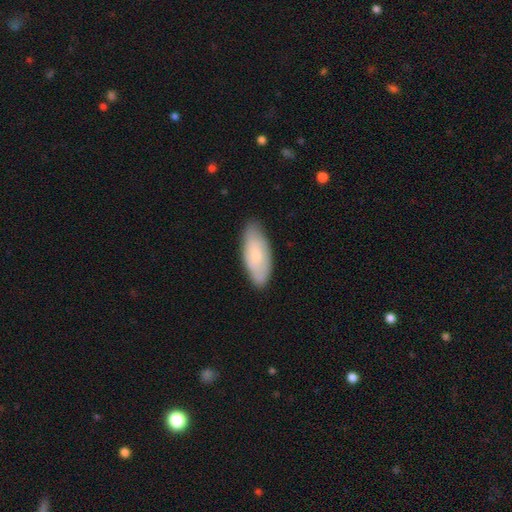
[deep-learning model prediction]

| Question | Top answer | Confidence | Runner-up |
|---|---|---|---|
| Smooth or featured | smooth | 71% | featured or disk (24%) |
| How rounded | in between | 80% | cigar-shaped (18%) |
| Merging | none | 82% | minor disturbance (15%) |